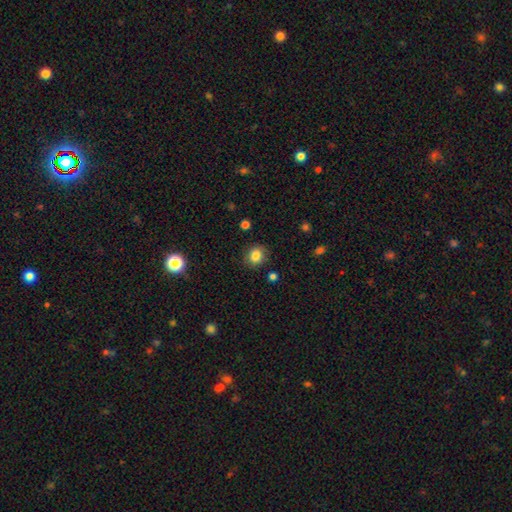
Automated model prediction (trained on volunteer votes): This is clearly a smooth galaxy (82%). How rounded: likely round (72%). Merging: clearly none (84%).